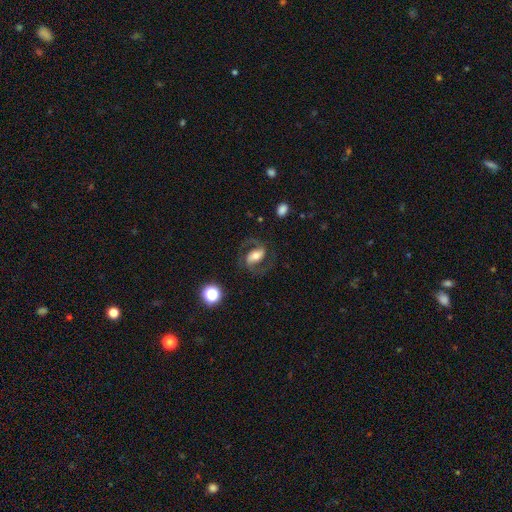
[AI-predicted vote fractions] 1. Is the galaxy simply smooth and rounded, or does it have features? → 81% featured or disk, 12% smooth, 7% star or artifact.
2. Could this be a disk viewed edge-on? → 97% no, 3% yes.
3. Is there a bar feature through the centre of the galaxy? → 43% strong, 34% weak, 23% no.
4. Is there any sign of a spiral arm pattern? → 95% yes, 5% no.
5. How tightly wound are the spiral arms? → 58% medium, 25% loose, 17% tight.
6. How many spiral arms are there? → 92% 2, 2% can't tell, 2% 1, 1% 3, 1% 4, 1% more than 4.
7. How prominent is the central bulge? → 60% moderate, 21% small, 15% large, 2% dominant, 2% none.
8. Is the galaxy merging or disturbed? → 77% none, 12% minor disturbance, 10% major disturbance, 1% merger.